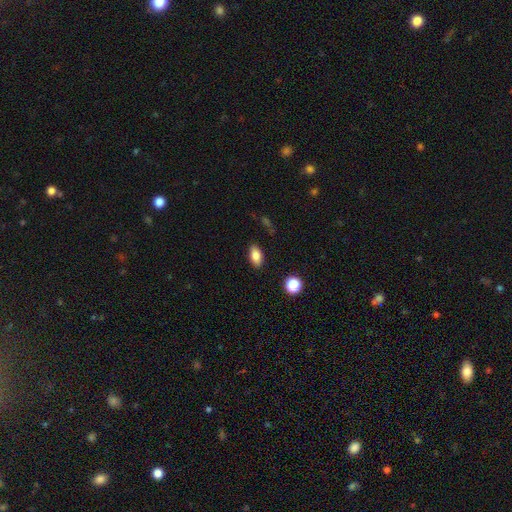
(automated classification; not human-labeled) A smooth galaxy with no disk features (85%) that is in between round and cigar-shaped (89%). Merging: none (86%).